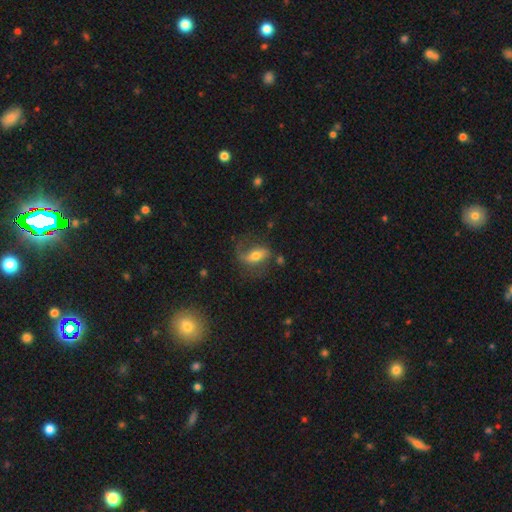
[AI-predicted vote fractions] This is possibly a featured or disk galaxy (53%). It is clearly not viewed edge-on (86%). Merging: possibly none (52%).